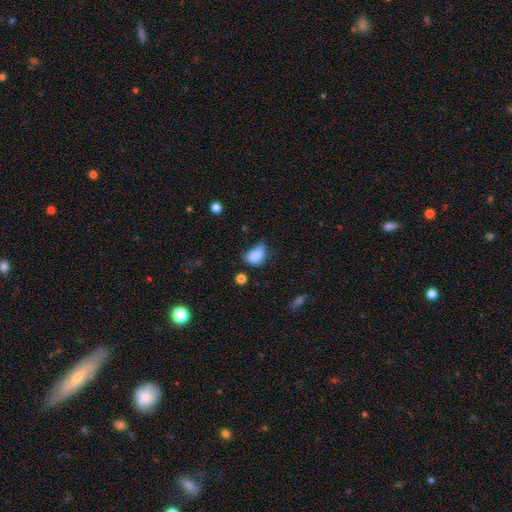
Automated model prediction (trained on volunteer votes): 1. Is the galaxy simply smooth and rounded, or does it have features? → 82% smooth, 10% star or artifact, 8% featured or disk.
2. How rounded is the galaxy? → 76% in between, 22% round, 2% cigar-shaped.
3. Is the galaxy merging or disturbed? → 42% minor disturbance, 31% none, 21% major disturbance, 6% merger.